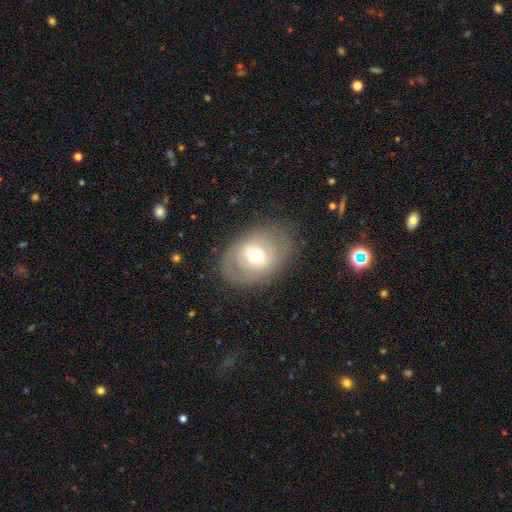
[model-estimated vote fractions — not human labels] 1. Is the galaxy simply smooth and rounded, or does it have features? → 47% featured or disk, 45% smooth, 9% star or artifact.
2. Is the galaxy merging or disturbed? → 77% none, 15% minor disturbance, 8% major disturbance, 1% merger.